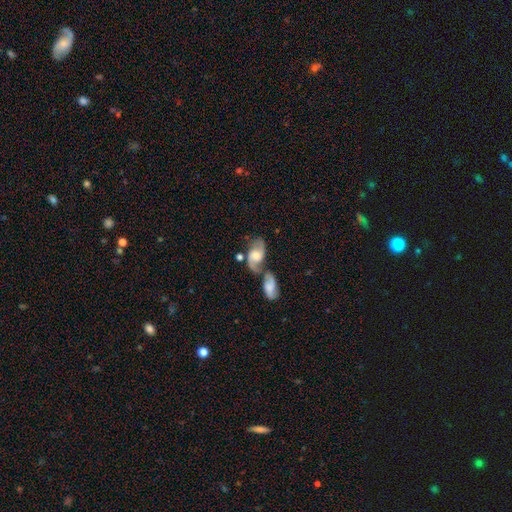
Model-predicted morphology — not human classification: Smooth or featured? Predicted: featured or disk (p=0.74). Edge-on disk? Predicted: no (p=0.96). Bar? Predicted: no (p=0.54). Spiral arms? Predicted: yes (p=0.92). Spiral winding? Predicted: medium (p=0.44). Spiral arm count? Predicted: 2 (p=0.90). Bulge size? Predicted: moderate (p=0.53). Merging? Predicted: merger (p=0.49).